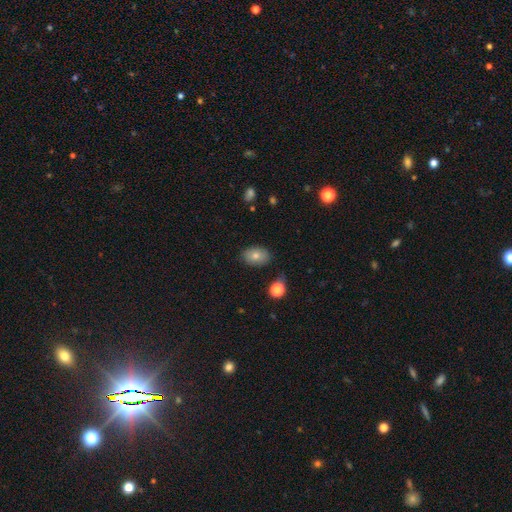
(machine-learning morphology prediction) Smooth or featured?
  - smooth: 77% *
  - featured or disk: 14%
  - star or artifact: 9%
How rounded?
  - in between: 84% *
  - round: 15%
  - cigar-shaped: 1%
Merging?
  - none: 77% *
  - minor disturbance: 17%
  - major disturbance: 4%
  - merger: 2%